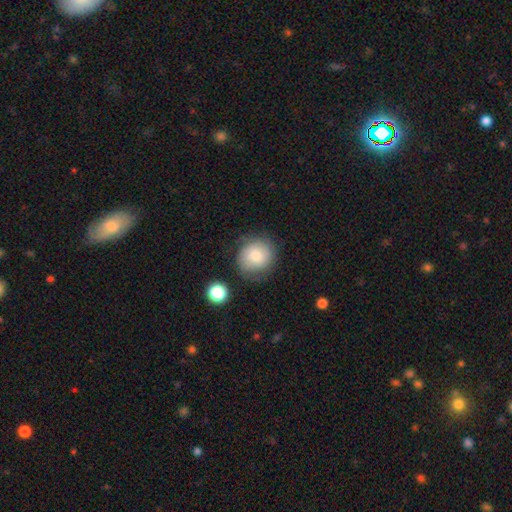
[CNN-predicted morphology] A smooth galaxy with no disk features (73%) that is round (85%). Merging: none (68%).